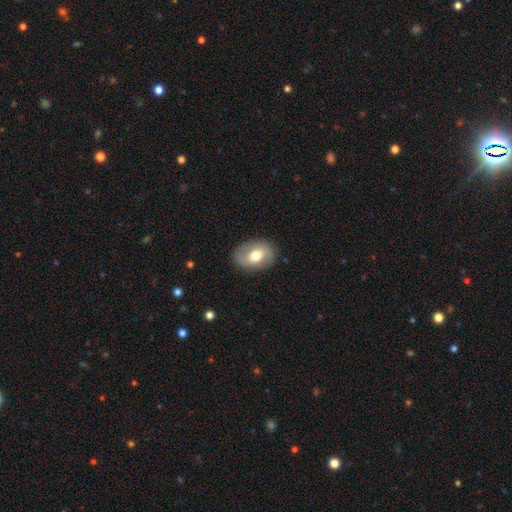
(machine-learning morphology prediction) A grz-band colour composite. It shows a smooth galaxy with no disk features (57%) that is in between round and cigar-shaped (73%). Merging: none (83%).